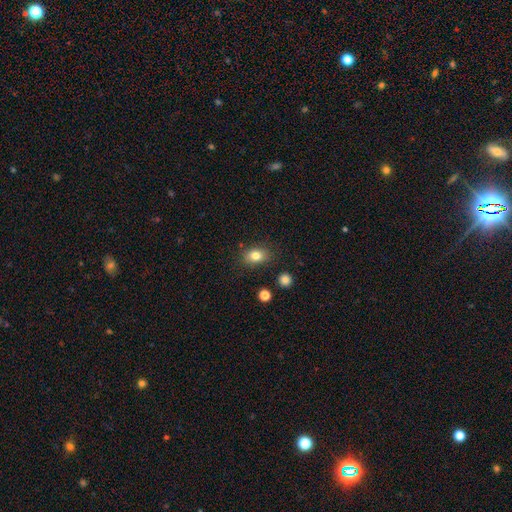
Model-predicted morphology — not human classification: smooth 81%, star or artifact 10%, featured or disk 9%. Down the decision tree: how rounded — in between (71%); merging — none (82%).